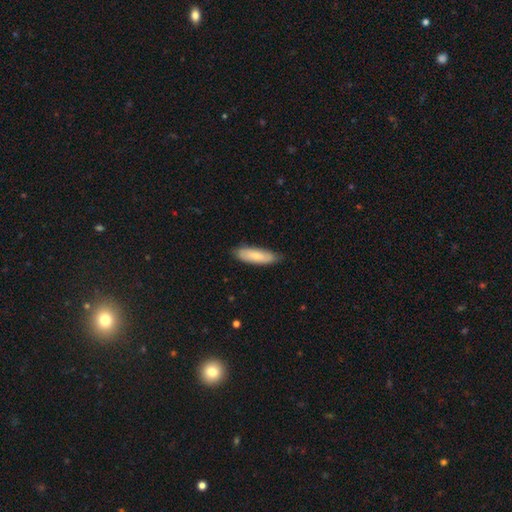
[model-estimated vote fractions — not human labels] This is likely a smooth galaxy (76%). How rounded: possibly in between (50%). Merging: clearly none (82%).